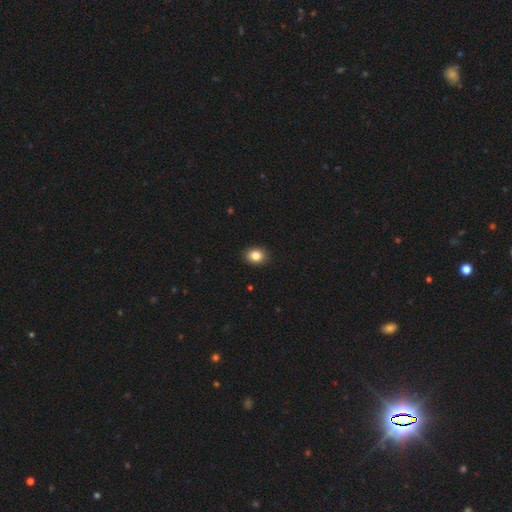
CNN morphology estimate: Smooth or featured?
  - smooth: 85% *
  - star or artifact: 9%
  - featured or disk: 6%
How rounded?
  - in between: 52% *
  - round: 47%
  - cigar-shaped: 1%
Merging?
  - none: 91% *
  - minor disturbance: 7%
  - major disturbance: 2%
  - merger: 1%